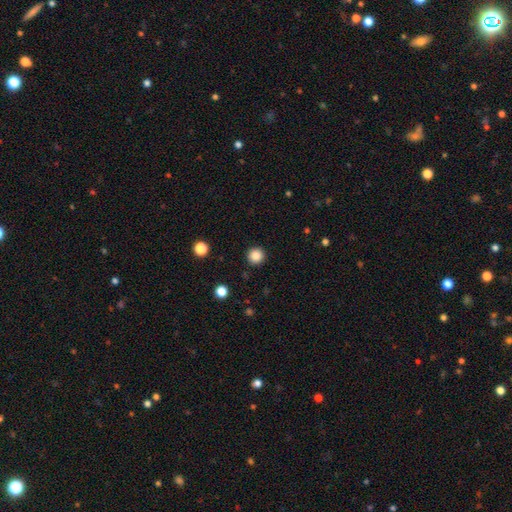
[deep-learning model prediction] Morphology: type=smooth (85%); roundness=round (96%); merging=none (93%).